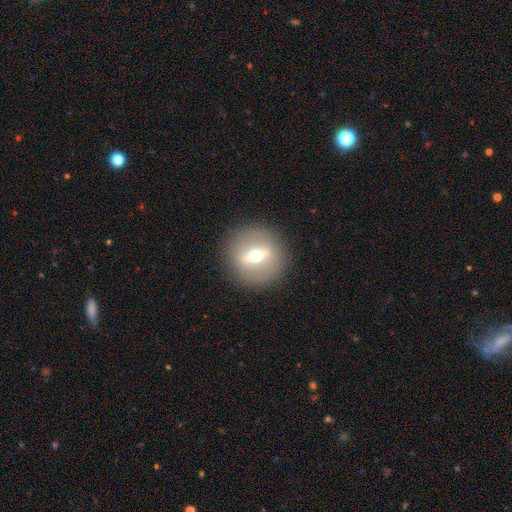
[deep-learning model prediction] Smooth or featured: featured or disk — 62% (smooth — 29%)
Edge-on disk: no — 60% (yes — 40%)
Merging: none — 88% (minor disturbance — 7%)